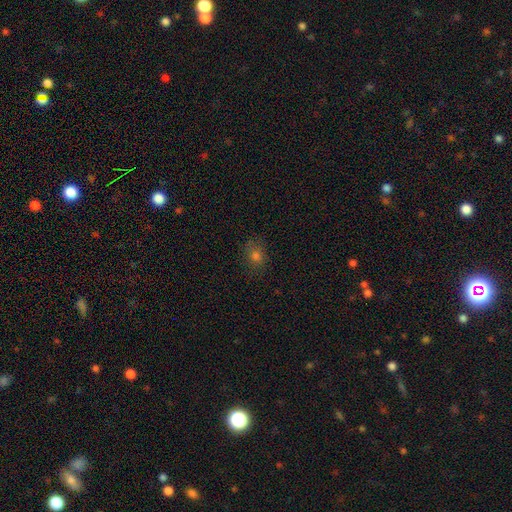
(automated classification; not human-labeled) Smooth or featured? Predicted: smooth (p=0.68). How rounded? Predicted: round (p=0.52). Merging? Predicted: none (p=0.79).